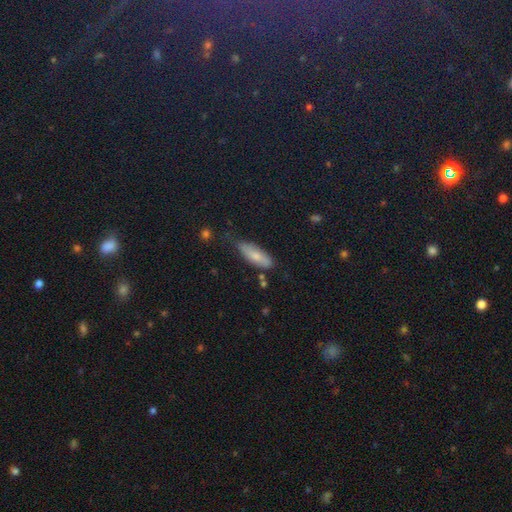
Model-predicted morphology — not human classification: smooth 73%, featured or disk 21%, star or artifact 7%. Down the decision tree: how rounded — in between (64%); merging — none (65%).